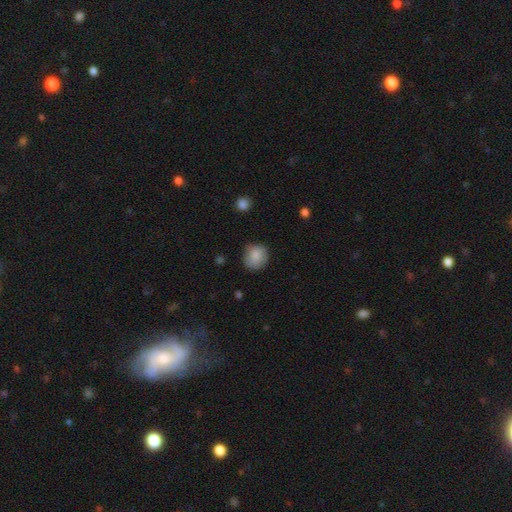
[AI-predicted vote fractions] A smooth galaxy with no disk features (86%) that is round (84%).

Vote fractions:
- Smooth or featured? smooth: 86% / star or artifact: 7% / featured or disk: 7%
- How rounded? round: 84% / in between: 15% / cigar-shaped: 1%
- Merging? none: 79% / minor disturbance: 16% / major disturbance: 4% / merger: 1%